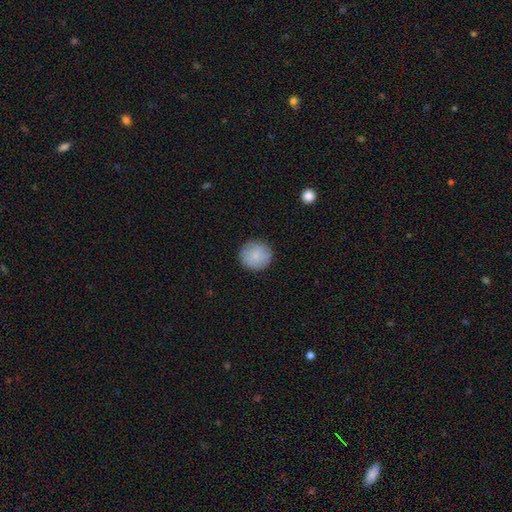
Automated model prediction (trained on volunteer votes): The model was most divided on "smooth or featured": smooth: 84%, featured or disk: 10%, star or artifact: 7%. More confident: how rounded — round (93%); merging — none (88%).